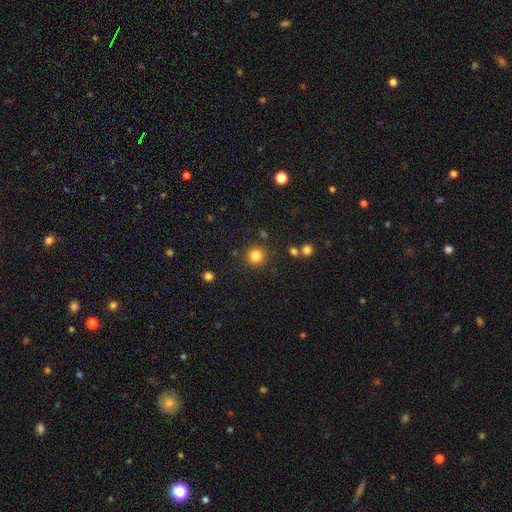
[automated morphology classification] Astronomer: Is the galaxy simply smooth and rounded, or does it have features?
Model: smooth — 84%.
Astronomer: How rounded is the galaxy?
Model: round — 94%.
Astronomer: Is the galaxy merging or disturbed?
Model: none — 88%.